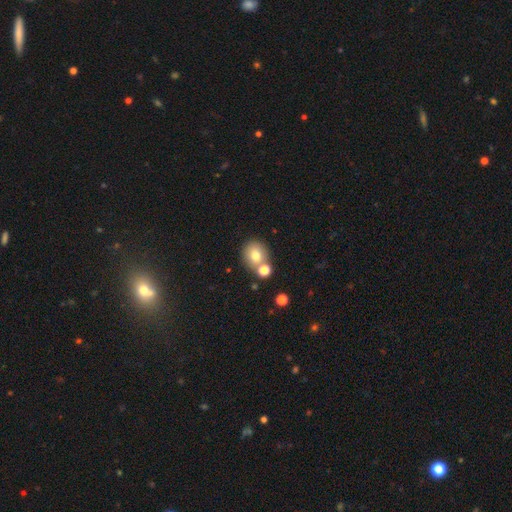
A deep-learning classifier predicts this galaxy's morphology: This appears to be a smooth galaxy with no disk features (75%) that is round (77%). Merging: none (60%).